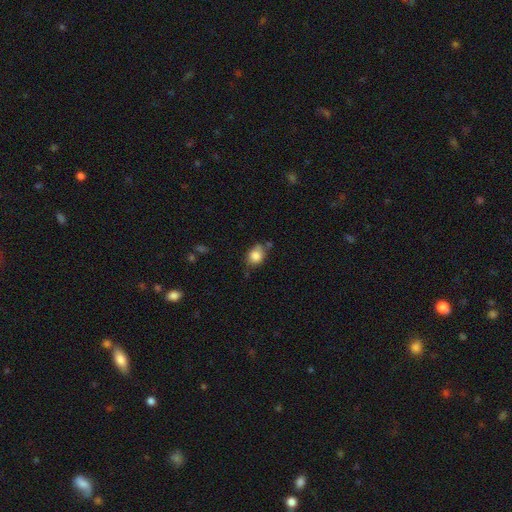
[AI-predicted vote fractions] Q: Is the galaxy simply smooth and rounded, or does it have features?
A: smooth — 82%.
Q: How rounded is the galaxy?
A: round — 56%.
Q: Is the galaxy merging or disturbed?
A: none — 58%.